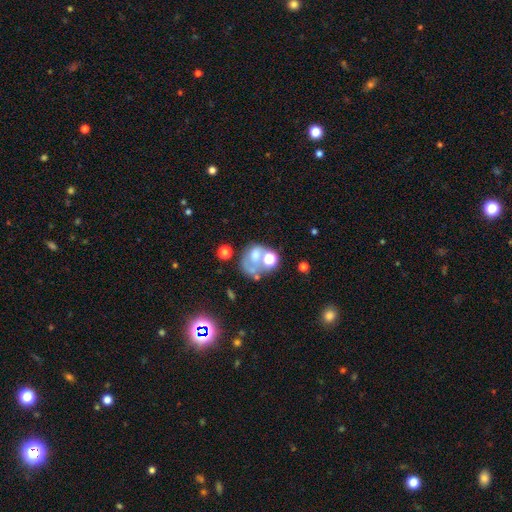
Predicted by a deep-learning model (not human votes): Overall: smooth (43%; featured or disk 40%). Merging: merger (32%; none 29%).